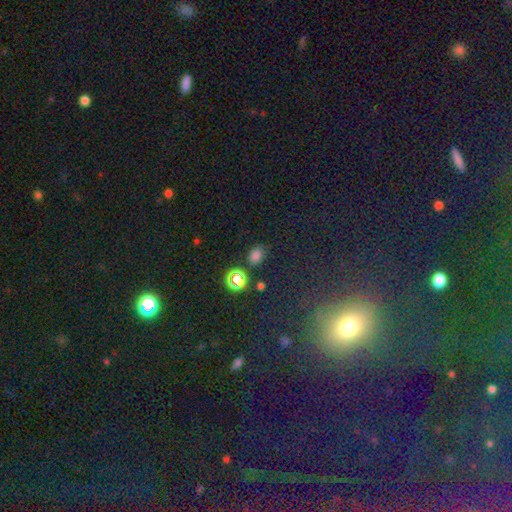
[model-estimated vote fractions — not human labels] Morphology: type=smooth (73%); roundness=in between (62%); merging=none (77%).